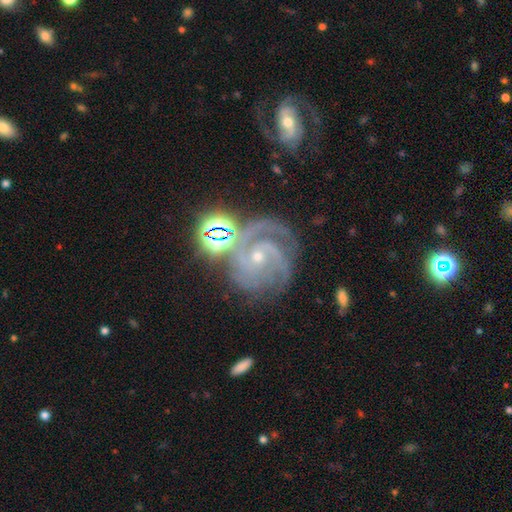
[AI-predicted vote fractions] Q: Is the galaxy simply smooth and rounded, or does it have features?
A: featured or disk — 87%.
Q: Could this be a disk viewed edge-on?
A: no — 98%.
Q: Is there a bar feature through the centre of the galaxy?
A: no — 61%.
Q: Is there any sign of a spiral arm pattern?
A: yes — 98%.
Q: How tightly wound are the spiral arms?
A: tight — 66%.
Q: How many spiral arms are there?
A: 3 — 41%.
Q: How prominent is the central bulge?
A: small — 73%.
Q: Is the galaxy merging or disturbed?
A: none — 59%.